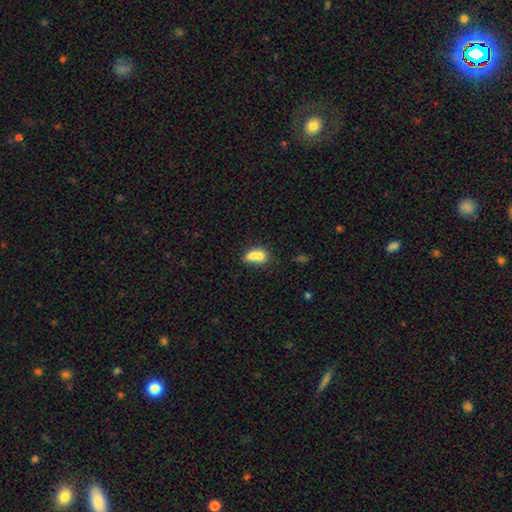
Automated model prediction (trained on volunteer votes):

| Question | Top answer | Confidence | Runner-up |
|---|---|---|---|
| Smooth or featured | smooth | 70% | featured or disk (21%) |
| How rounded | in between | 63% | round (34%) |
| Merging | merger | 68% | none (20%) |